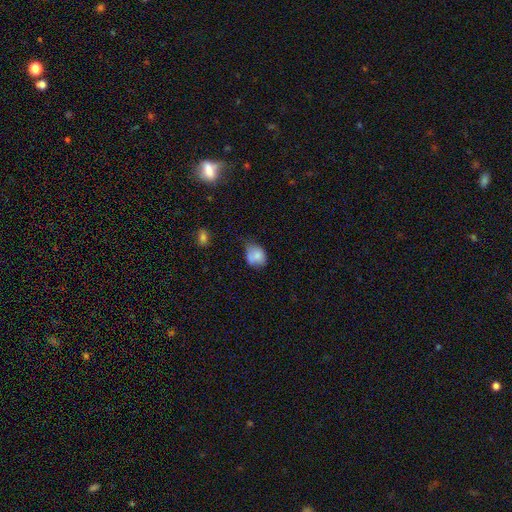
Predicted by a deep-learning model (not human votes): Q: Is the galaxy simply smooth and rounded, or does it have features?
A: smooth — 77%.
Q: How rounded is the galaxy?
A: in between — 53%.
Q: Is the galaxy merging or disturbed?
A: none — 41%.